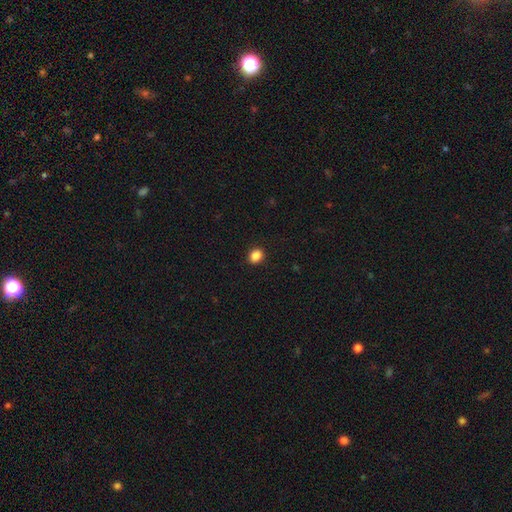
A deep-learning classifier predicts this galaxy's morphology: smooth_or_featured: smooth (p=0.88) [alt: star or artifact p=0.10]
how_rounded: round (p=0.57) [alt: in between p=0.42]
merging: none (p=0.90) [alt: minor disturbance p=0.07]